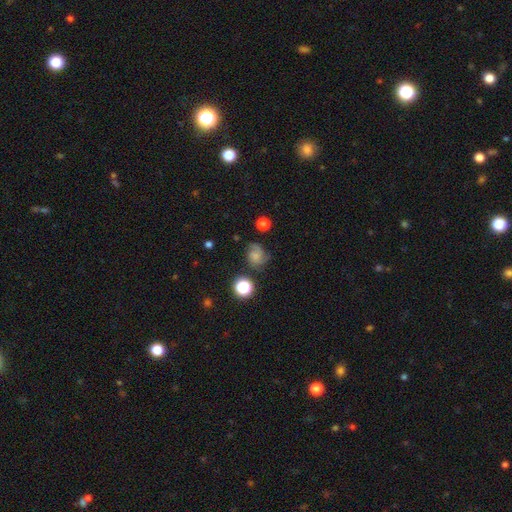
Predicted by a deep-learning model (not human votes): The model was most divided on "smooth or featured": featured or disk: 49%, smooth: 36%, star or artifact: 15%. More confident: merging — none (61%).